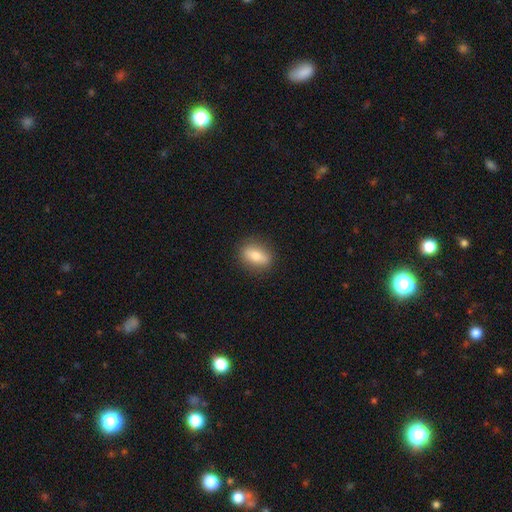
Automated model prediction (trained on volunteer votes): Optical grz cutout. It shows a smooth galaxy with no disk features (68%) that is in between round and cigar-shaped (70%). Merging: none (87%).